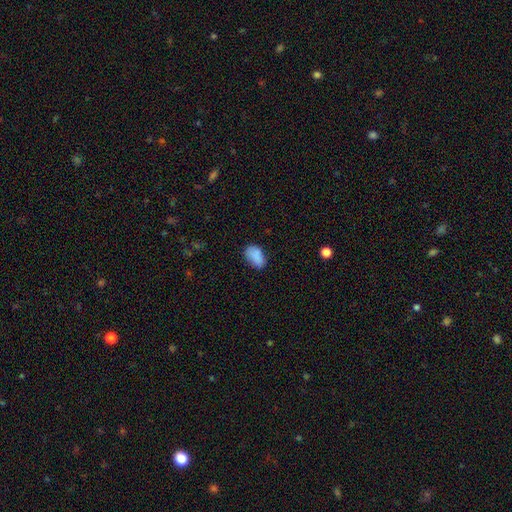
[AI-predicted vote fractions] smooth 86%, star or artifact 8%, featured or disk 6%. Down the decision tree: how rounded — in between (90%); merging — none (70%).